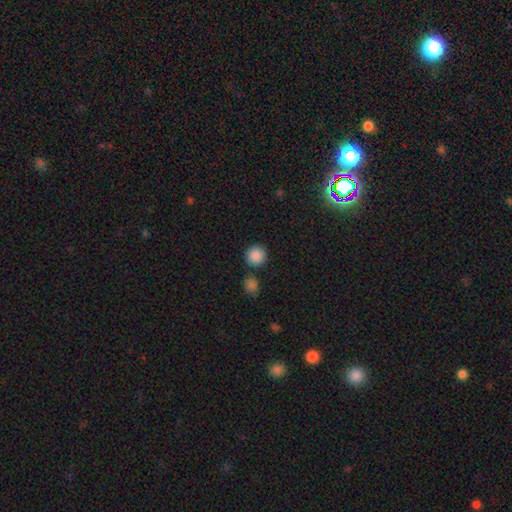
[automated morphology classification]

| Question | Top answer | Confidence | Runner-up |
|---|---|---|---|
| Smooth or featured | smooth | 88% | star or artifact (9%) |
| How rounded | round | 92% | in between (7%) |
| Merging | none | 81% | merger (8%) |